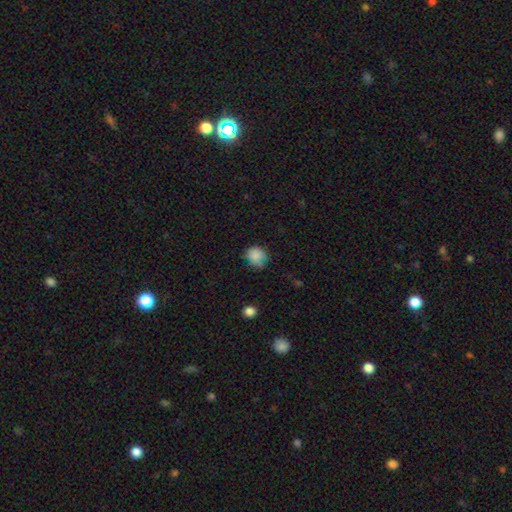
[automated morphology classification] Smooth or featured?
  - smooth: 83% *
  - star or artifact: 10%
  - featured or disk: 7%
How rounded?
  - round: 78% *
  - in between: 21%
  - cigar-shaped: 1%
Merging?
  - none: 66% *
  - minor disturbance: 27%
  - major disturbance: 5%
  - merger: 2%